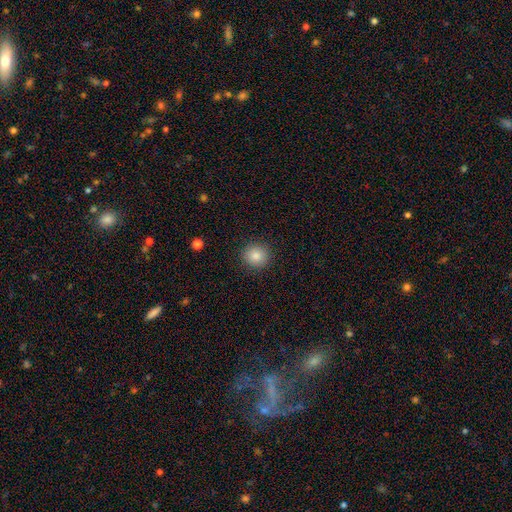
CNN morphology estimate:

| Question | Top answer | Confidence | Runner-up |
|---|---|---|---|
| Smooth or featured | smooth | 83% | star or artifact (11%) |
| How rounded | round | 90% | in between (9%) |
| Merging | none | 91% | minor disturbance (6%) |